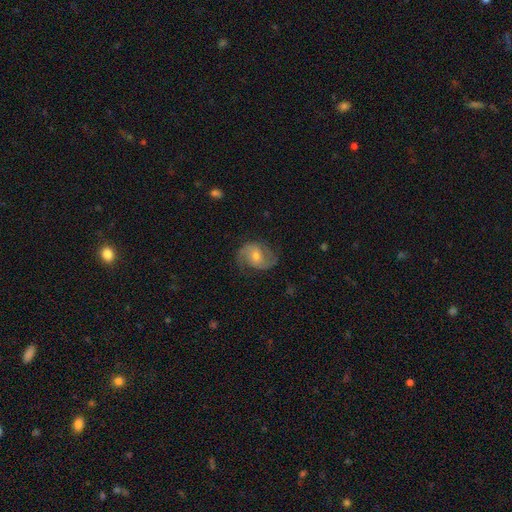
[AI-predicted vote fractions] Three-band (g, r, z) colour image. It shows a featured or disk galaxy (81%) with no bar (45%, tied with weak), 2 (88%) medium (51%) spiral arms (95%) and a moderate central bulge (54%). Merging: none (73%).